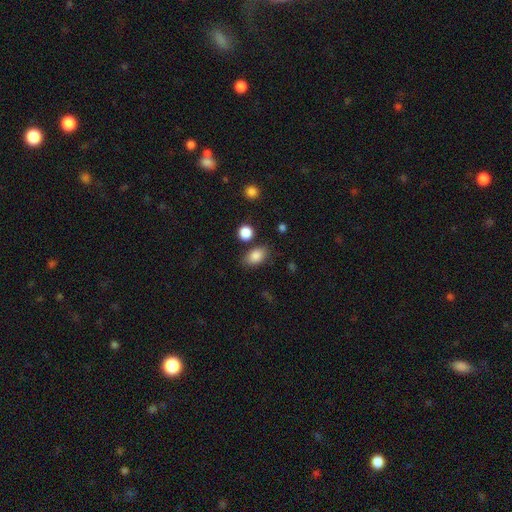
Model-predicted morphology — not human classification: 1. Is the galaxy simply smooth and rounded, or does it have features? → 85% smooth, 9% star or artifact, 6% featured or disk.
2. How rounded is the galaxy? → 83% in between, 15% round, 2% cigar-shaped.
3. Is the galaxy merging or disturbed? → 75% none, 14% minor disturbance, 7% merger, 4% major disturbance.